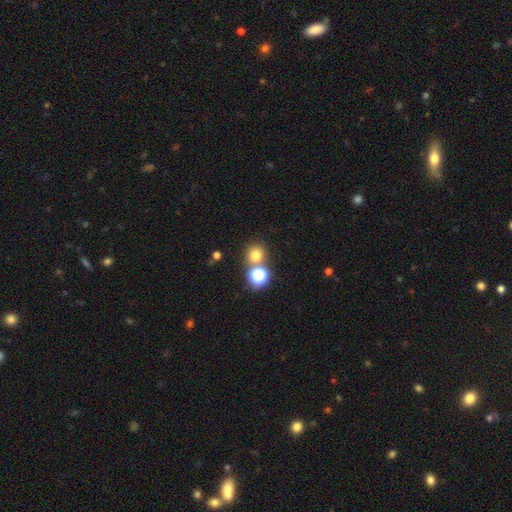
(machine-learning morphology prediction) Smooth or featured? Predicted: smooth (p=0.72). How rounded? Predicted: round (p=0.88). Merging? Predicted: none (p=0.69).